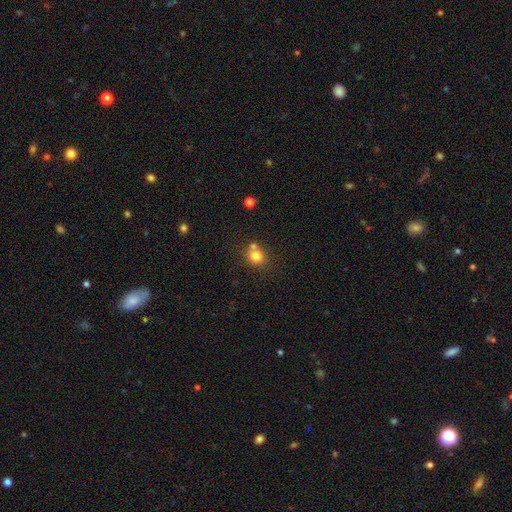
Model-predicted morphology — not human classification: Q: Smooth or featured?
A: smooth (79%); runner-up: star or artifact (12%)
Q: How rounded?
A: round (82%); runner-up: in between (17%)
Q: Merging?
A: none (58%); runner-up: merger (28%)